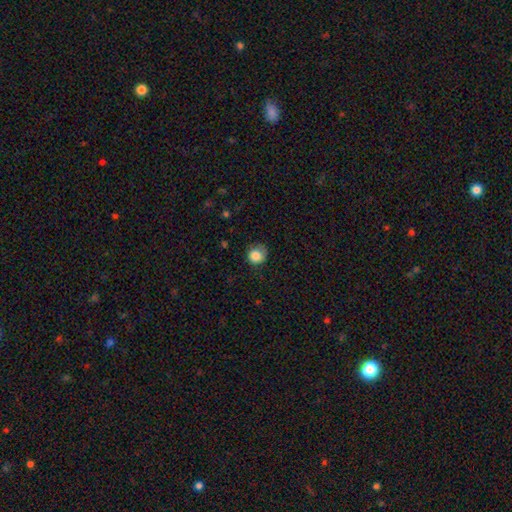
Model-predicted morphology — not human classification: A smooth galaxy with no disk features (85%) that is round (88%). Merging: none (68%).